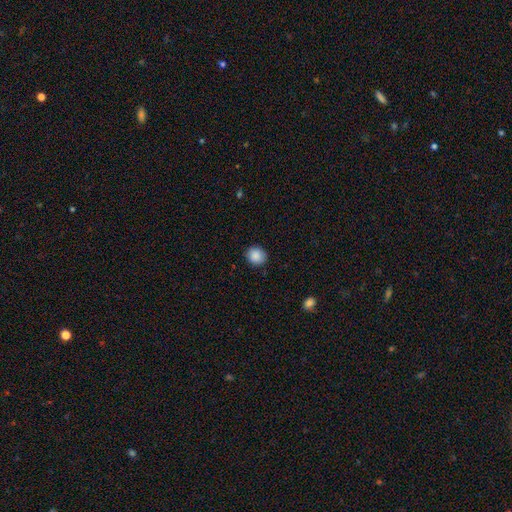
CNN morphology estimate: Q: Smooth or featured?
A: smooth (88%); runner-up: star or artifact (9%)
Q: How rounded?
A: round (79%); runner-up: in between (20%)
Q: Merging?
A: none (87%); runner-up: minor disturbance (9%)